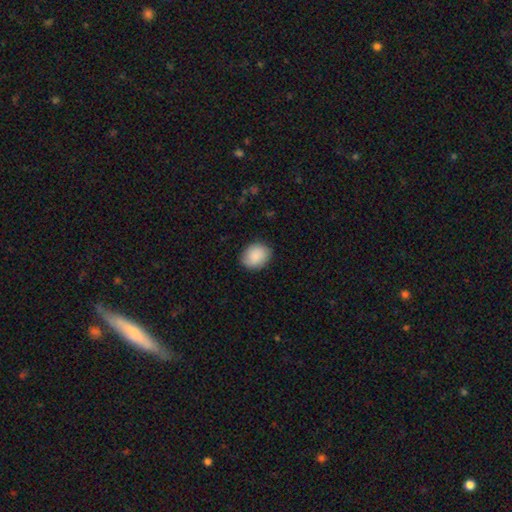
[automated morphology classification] Smooth or featured? smooth (89%)
How rounded? in between (50%)
Merging? none (85%)